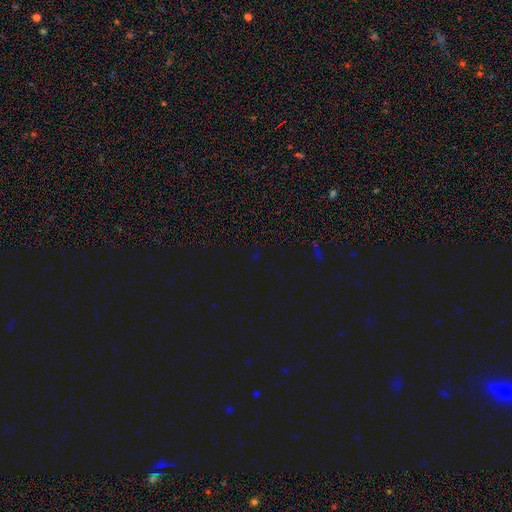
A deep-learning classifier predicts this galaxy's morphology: A star or artifact, not a galaxy (76%).